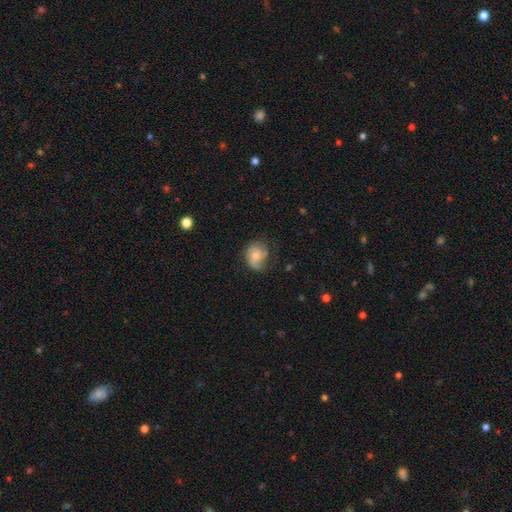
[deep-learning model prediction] smooth_or_featured: smooth (p=0.55) [alt: featured or disk p=0.37]
how_rounded: round (p=0.58) [alt: in between p=0.41]
merging: none (p=0.48) [alt: minor disturbance p=0.32]